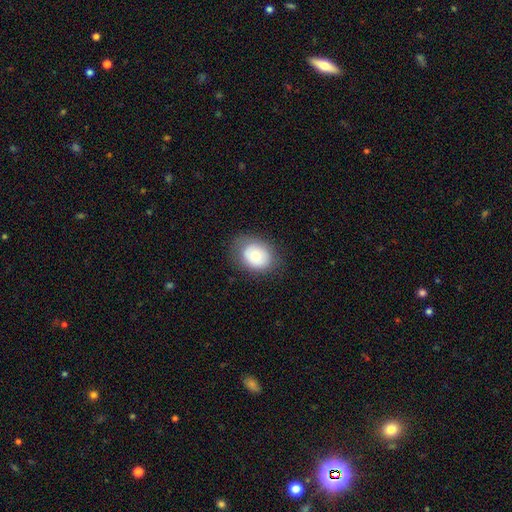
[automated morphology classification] This is likely a smooth galaxy (73%). How rounded: possibly in between (58%). Merging: likely none (75%).